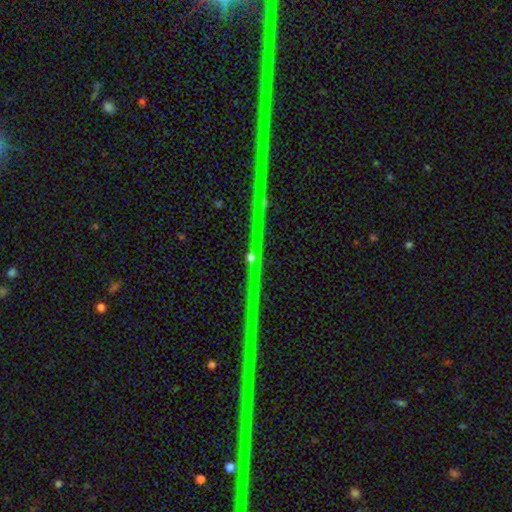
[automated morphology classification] Overall: star or artifact (88%).